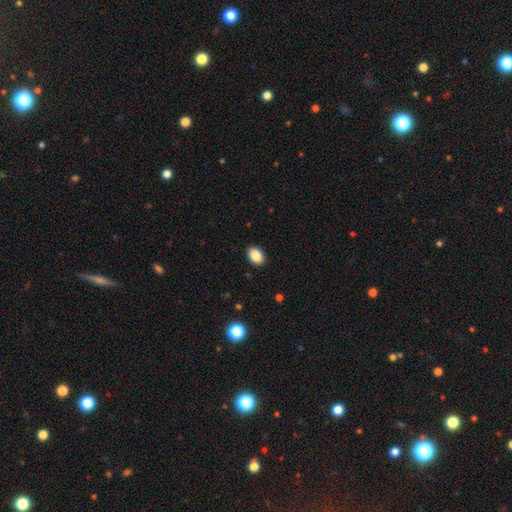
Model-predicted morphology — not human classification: This appears to be a smooth galaxy with no disk features (88%) that is in between round and cigar-shaped (80%). Merging: none (90%).